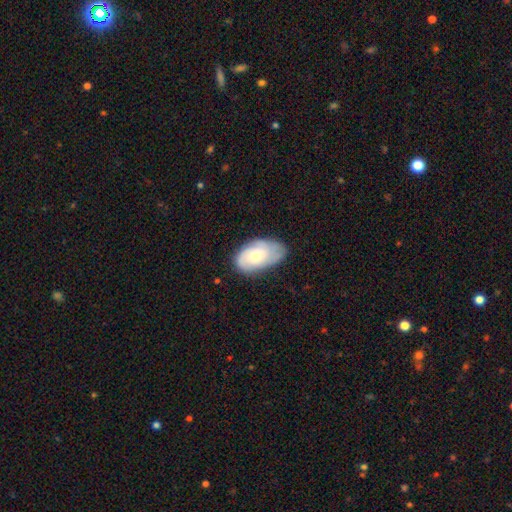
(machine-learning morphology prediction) A smooth galaxy with no disk features (55%) that is in between round and cigar-shaped (92%). Merging: none (61%).